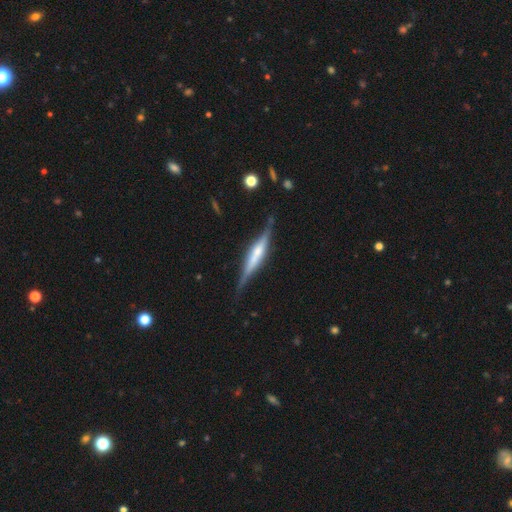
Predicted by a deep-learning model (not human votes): Smooth or featured: featured or disk — 71% (smooth — 23%)
Edge-on disk: yes — 96% (no — 4%)
Edge-on bulge: rounded — 50% (boxy — 32%)
Merging: none — 80% (minor disturbance — 15%)